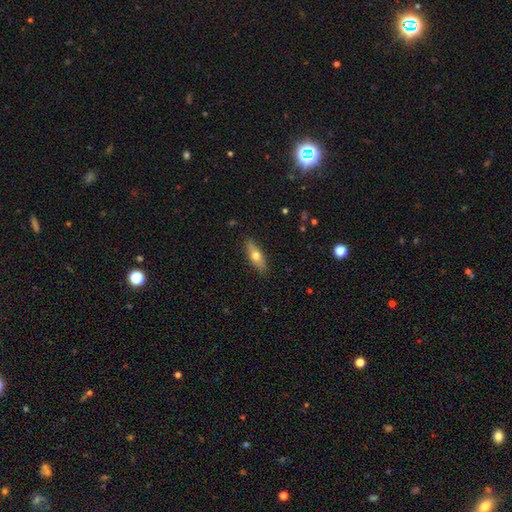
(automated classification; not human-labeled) The model was most divided on "how rounded": in between: 59%, cigar-shaped: 38%, round: 3%. More confident: merging — none (87%); smooth or featured — smooth (62%).